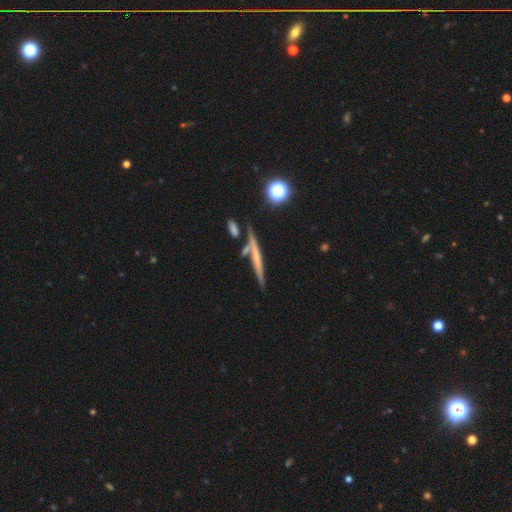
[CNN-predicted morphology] A featured or disk galaxy (52%) viewed edge-on (94%). Merging: none (69%).